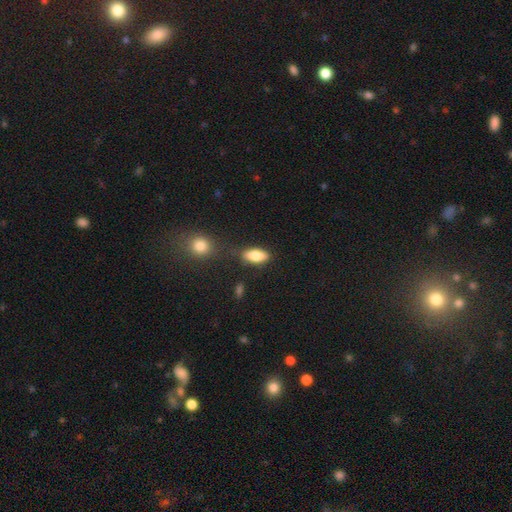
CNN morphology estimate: A smooth galaxy with no disk features (80%) that is in between round and cigar-shaped (85%).

Vote fractions:
- Smooth or featured? smooth: 80% / featured or disk: 13% / star or artifact: 7%
- How rounded? in between: 85% / cigar-shaped: 11% / round: 4%
- Merging? none: 76% / minor disturbance: 14% / merger: 7% / major disturbance: 4%